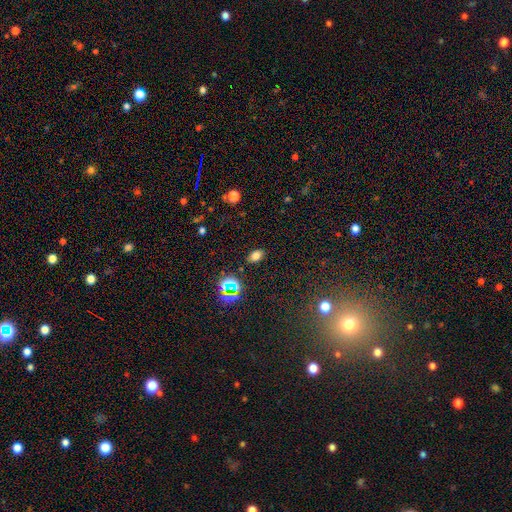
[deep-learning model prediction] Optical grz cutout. It shows a smooth galaxy with no disk features (70%) that is in between round and cigar-shaped (87%). Merging: none (86%).